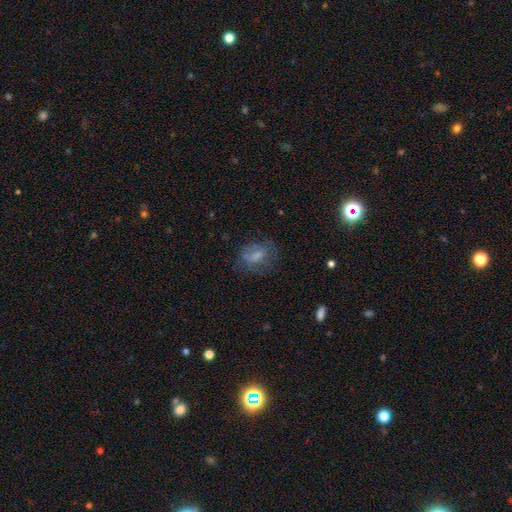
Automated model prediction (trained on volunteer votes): smooth-or-featured: smooth: 58% | featured or disk: 30% | star or artifact: 11%
  how-rounded: in between: 69% | round: 27% | cigar-shaped: 3%
  merging: none: 55% | minor disturbance: 23% | major disturbance: 18% | merger: 3%